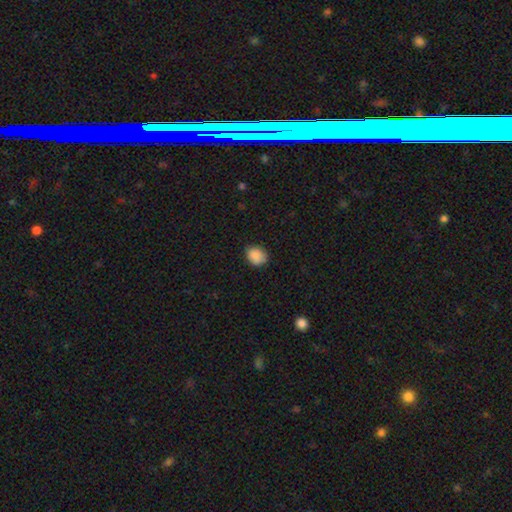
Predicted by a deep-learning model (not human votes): Q: Smooth or featured?
A: smooth (88%); runner-up: star or artifact (8%)
Q: How rounded?
A: round (54%); runner-up: in between (45%)
Q: Merging?
A: none (79%); runner-up: minor disturbance (17%)